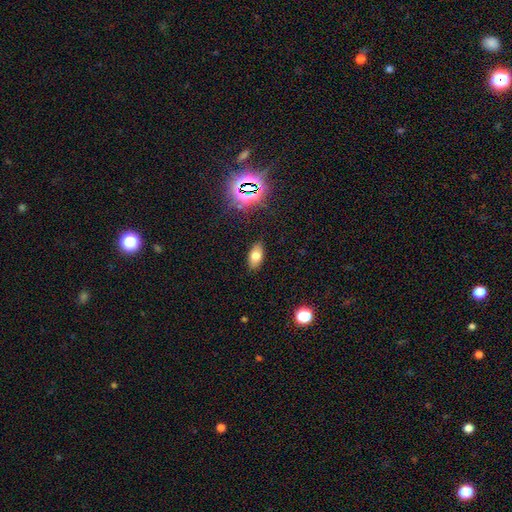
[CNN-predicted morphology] A smooth galaxy with no disk features (71%) that is in between round and cigar-shaped (90%). Merging: none (86%).